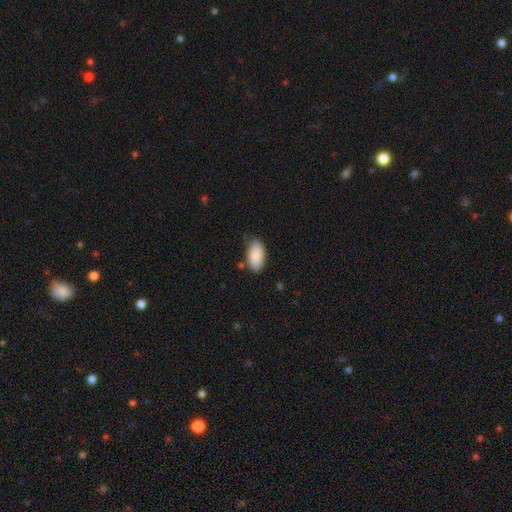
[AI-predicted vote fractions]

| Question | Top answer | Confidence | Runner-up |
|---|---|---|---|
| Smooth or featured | smooth | 88% | featured or disk (6%) |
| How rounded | in between | 95% | round (3%) |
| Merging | none | 71% | minor disturbance (22%) |